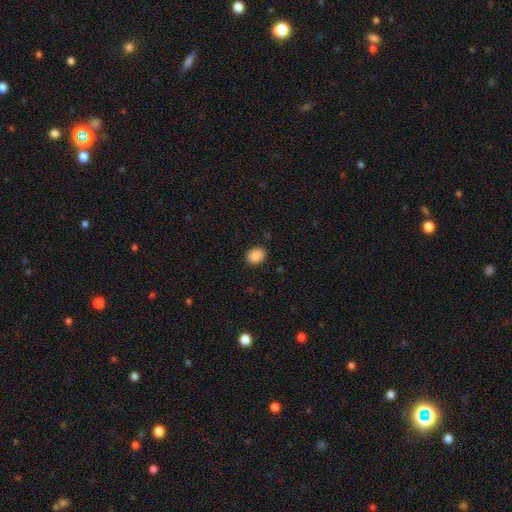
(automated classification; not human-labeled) Smooth or featured? Predicted: smooth (p=0.88). How rounded? Predicted: in between (p=0.60). Merging? Predicted: none (p=0.88).